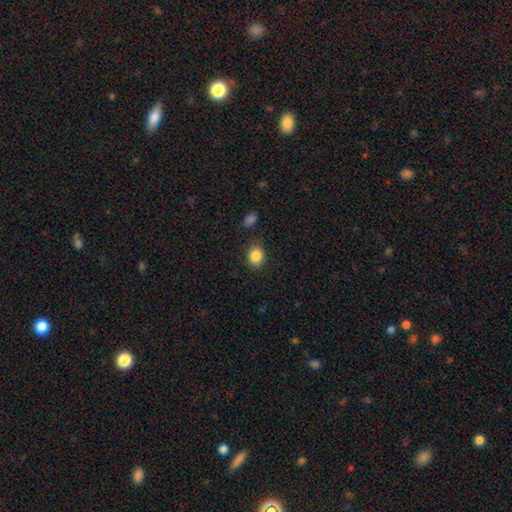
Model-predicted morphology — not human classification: Smooth or featured: smooth — 86% (star or artifact — 9%)
How rounded: in between — 50% (round — 49%)
Merging: none — 80% (minor disturbance — 13%)